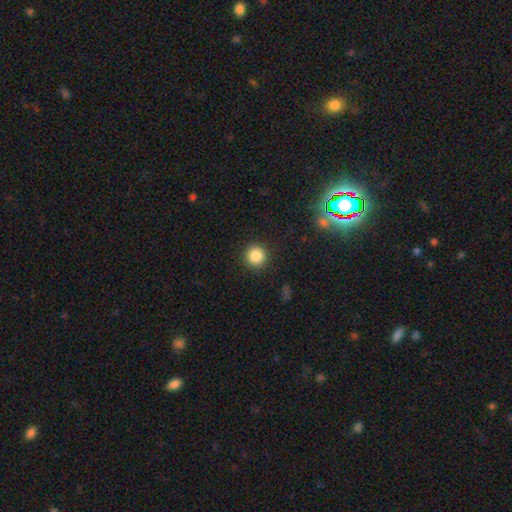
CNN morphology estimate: This appears to be a smooth galaxy with no disk features (86%) that is round (93%). Merging: none (91%).